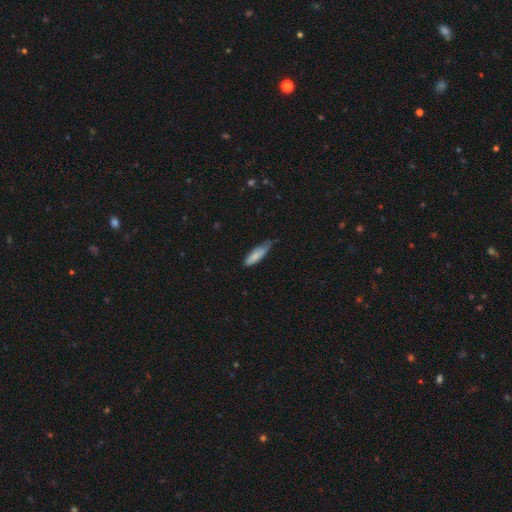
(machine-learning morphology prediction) Overall: smooth (79%). How rounded: cigar-shaped (52%; in between 46%). Merging: minor disturbance (46%; none 43%).